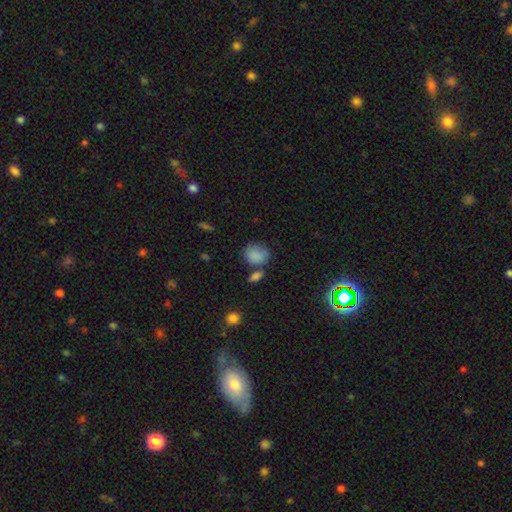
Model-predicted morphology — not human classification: Smooth or featured?
  - smooth: 84% *
  - star or artifact: 10%
  - featured or disk: 7%
How rounded?
  - round: 50% *
  - in between: 48%
  - cigar-shaped: 1%
Merging?
  - none: 53% *
  - minor disturbance: 21%
  - merger: 18%
  - major disturbance: 8%